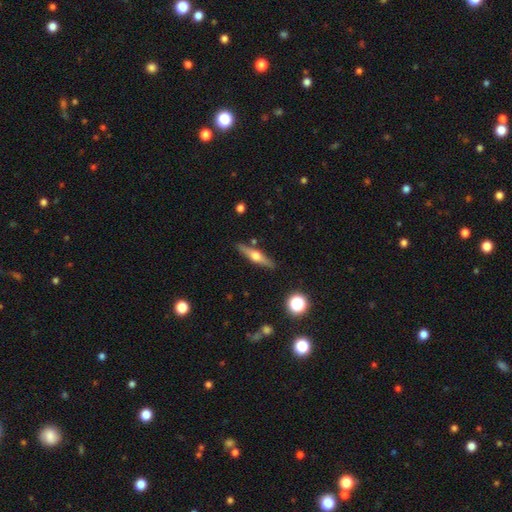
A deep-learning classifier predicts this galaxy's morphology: Smooth or featured? featured or disk (64%)
Edge-on disk? yes (96%)
Edge-on bulge? rounded (94%)
Merging? none (88%)